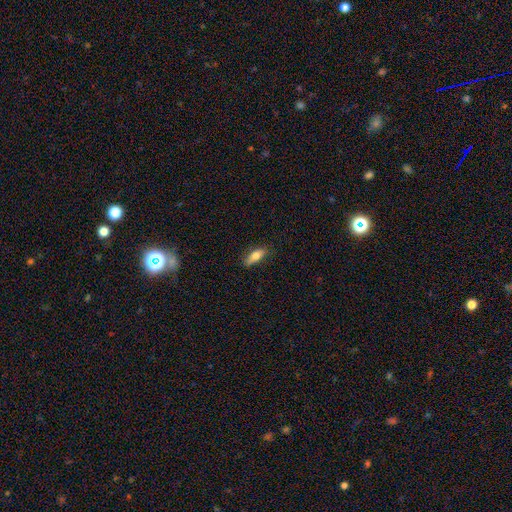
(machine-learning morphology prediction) Smooth or featured? Predicted: smooth (p=0.74). How rounded? Predicted: in between (p=0.63). Merging? Predicted: none (p=0.76).